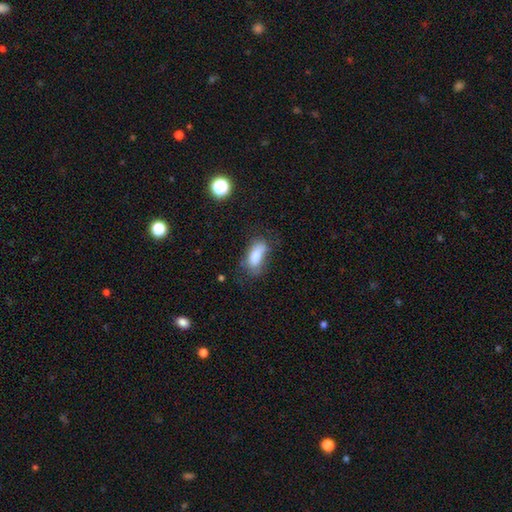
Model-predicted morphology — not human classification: smooth-or-featured: smooth: 75% | featured or disk: 16% | star or artifact: 9%
  how-rounded: in between: 86% | cigar-shaped: 9% | round: 5%
  merging: none: 51% | minor disturbance: 29% | major disturbance: 17% | merger: 3%